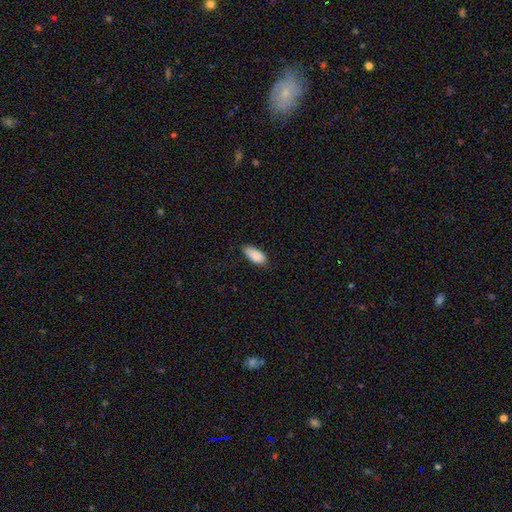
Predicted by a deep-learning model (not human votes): Smooth or featured? Predicted: smooth (p=0.88). How rounded? Predicted: in between (p=0.88). Merging? Predicted: none (p=0.77).